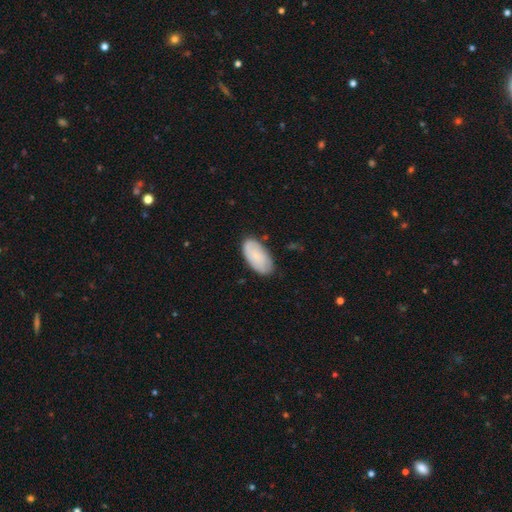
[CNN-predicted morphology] This appears to be a smooth galaxy with no disk features (72%) that is in between round and cigar-shaped (95%). Merging: none (79%).